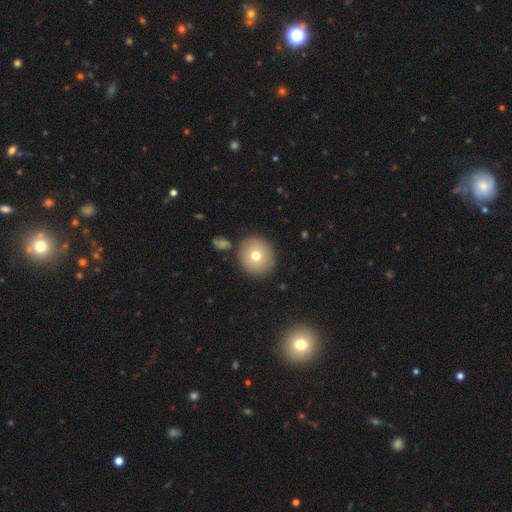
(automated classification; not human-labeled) Q: Smooth or featured?
A: smooth (73%); runner-up: featured or disk (17%)
Q: How rounded?
A: round (87%); runner-up: in between (12%)
Q: Merging?
A: none (85%); runner-up: minor disturbance (8%)